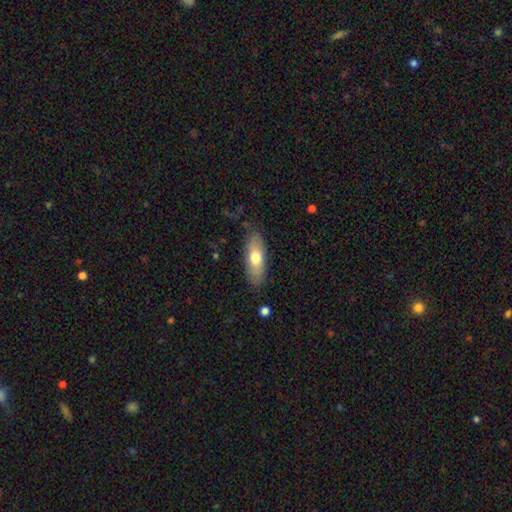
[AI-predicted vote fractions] This is likely a smooth galaxy (67%). How rounded: likely in between (66%). Merging: clearly none (82%).